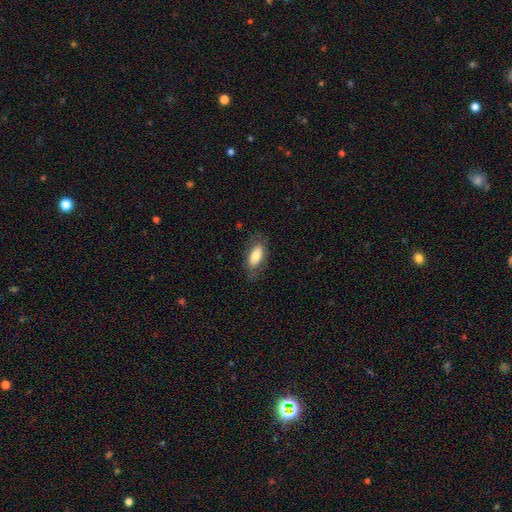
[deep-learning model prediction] A smooth galaxy with no disk features (72%) that is in between round and cigar-shaped (84%).

Vote fractions:
- Smooth or featured? smooth: 72% / featured or disk: 22% / star or artifact: 6%
- How rounded? in between: 84% / cigar-shaped: 13% / round: 3%
- Merging? none: 76% / minor disturbance: 17% / major disturbance: 6% / merger: 1%